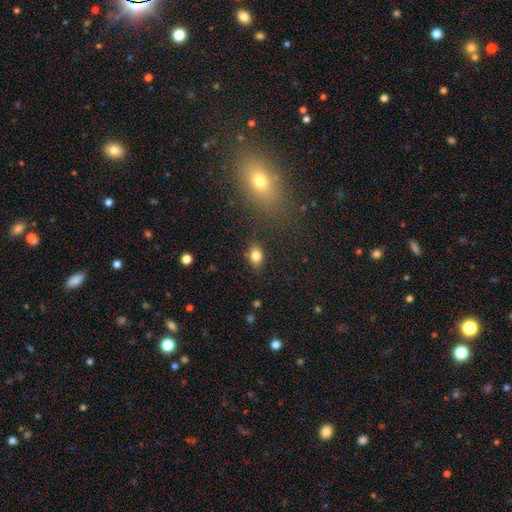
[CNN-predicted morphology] smooth 82%, star or artifact 11%, featured or disk 8%. Down the decision tree: how rounded — in between (72%); merging — none (84%).